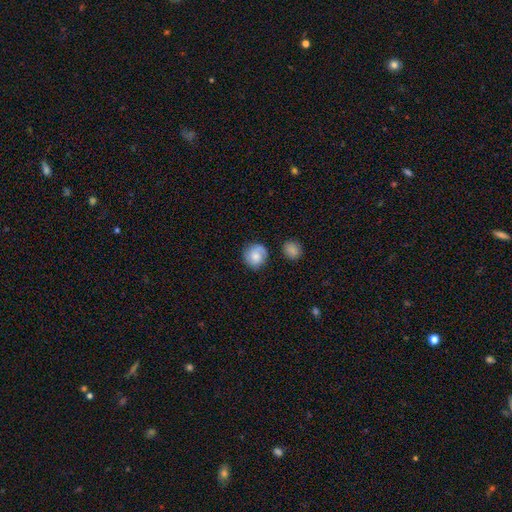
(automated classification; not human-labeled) This appears to be a smooth galaxy with no disk features (60%) that is round (86%). Merging: none (71%).